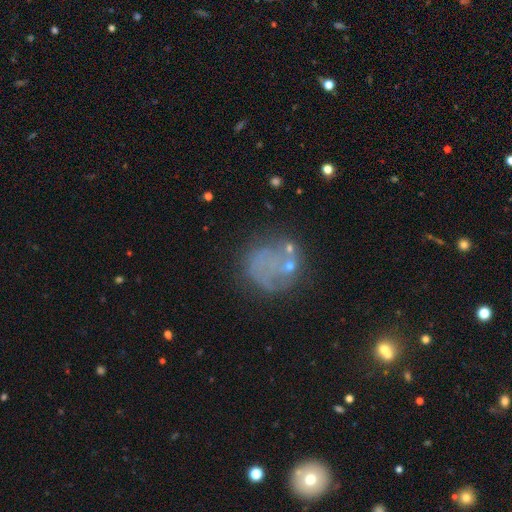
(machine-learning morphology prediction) A smooth galaxy with no disk features (40%).

Vote fractions:
- Smooth or featured? smooth: 40% / featured or disk: 35% / star or artifact: 25%
- Merging? none: 63% / minor disturbance: 17% / major disturbance: 13% / merger: 8%